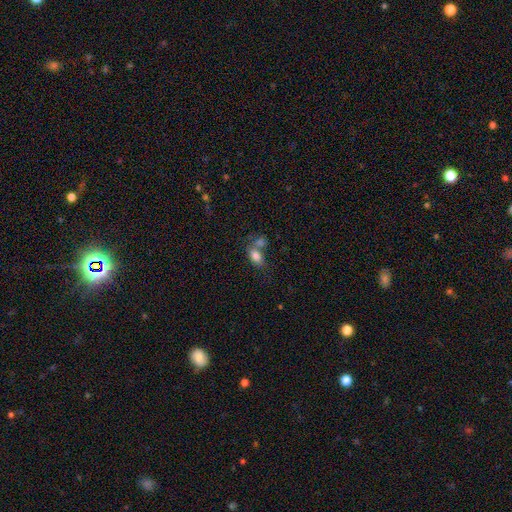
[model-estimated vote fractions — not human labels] A smooth galaxy with no disk features (81%) that is in between round and cigar-shaped (86%).

Vote fractions:
- Smooth or featured? smooth: 81% / featured or disk: 10% / star or artifact: 9%
- How rounded? in between: 86% / round: 11% / cigar-shaped: 2%
- Merging? none: 41% / merger: 40% / minor disturbance: 13% / major disturbance: 6%